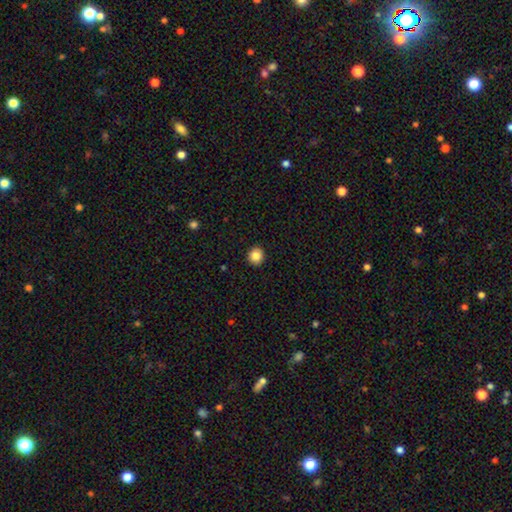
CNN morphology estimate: Overall: smooth (85%). How rounded: round (90%). Merging: none (93%).